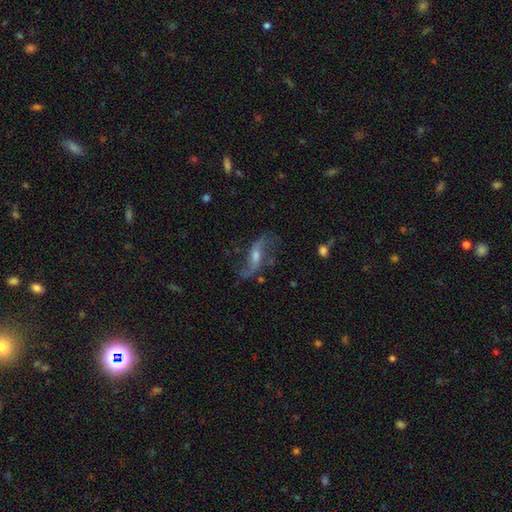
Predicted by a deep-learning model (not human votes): Smooth or featured: featured or disk — 81% (smooth — 11%)
Edge-on disk: no — 88% (yes — 12%)
Bar: weak — 43% (no — 35%)
Spiral arms: yes — 94% (no — 6%)
Spiral winding: loose — 83% (medium — 13%)
Spiral arm count: 2 — 91% (can't tell — 3%)
Bulge size: moderate — 47% (small — 39%)
Merging: none — 69% (minor disturbance — 17%)